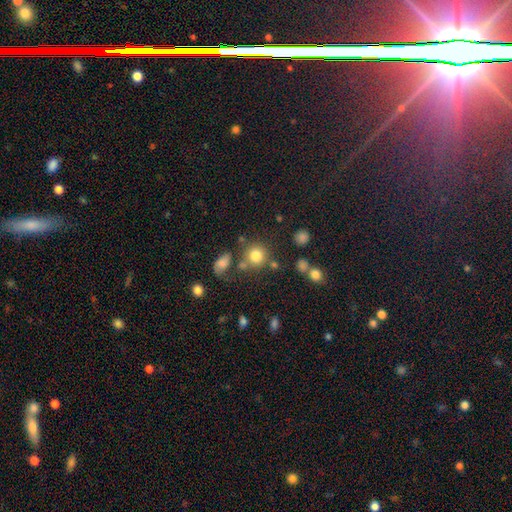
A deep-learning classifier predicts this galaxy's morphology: This is likely a smooth galaxy (79%). How rounded: clearly round (87%). Merging: likely none (68%).